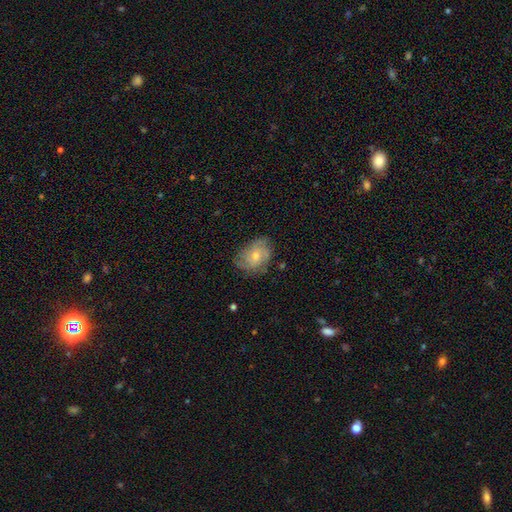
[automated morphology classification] This appears to be a featured or disk galaxy (61%) with no bar (72%), spiral arms (84%) and a small central bulge (49%). Merging: none (70%).